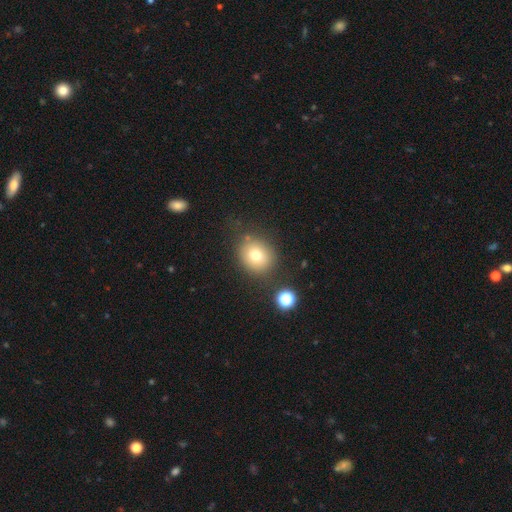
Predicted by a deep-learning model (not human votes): This appears to be a smooth galaxy with no disk features (74%) that is round (75%). Merging: none (79%).